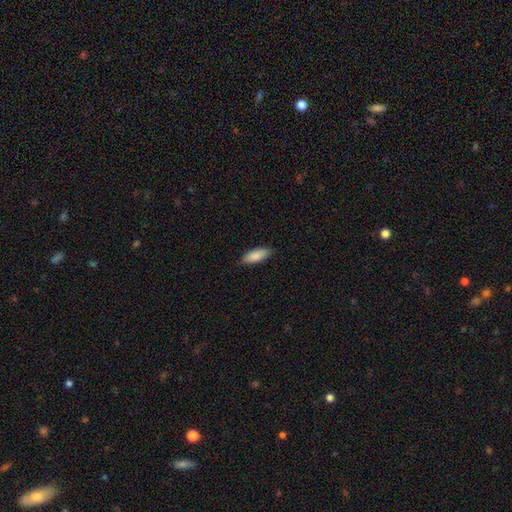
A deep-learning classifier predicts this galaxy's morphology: Smooth or featured? Predicted: smooth (p=0.87). How rounded? Predicted: in between (p=0.76). Merging? Predicted: none (p=0.85).